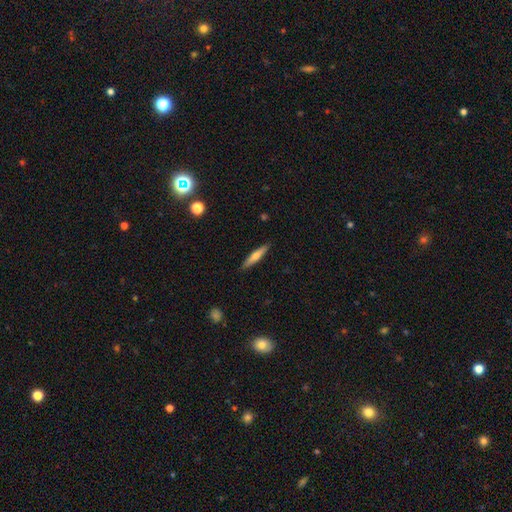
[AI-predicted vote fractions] A smooth galaxy with no disk features (59%) that is cigar-shaped (88%).

Vote fractions:
- Smooth or featured? smooth: 59% / featured or disk: 35% / star or artifact: 6%
- How rounded? cigar-shaped: 88% / in between: 10% / round: 2%
- Merging? none: 89% / minor disturbance: 8% / major disturbance: 2% / merger: 1%